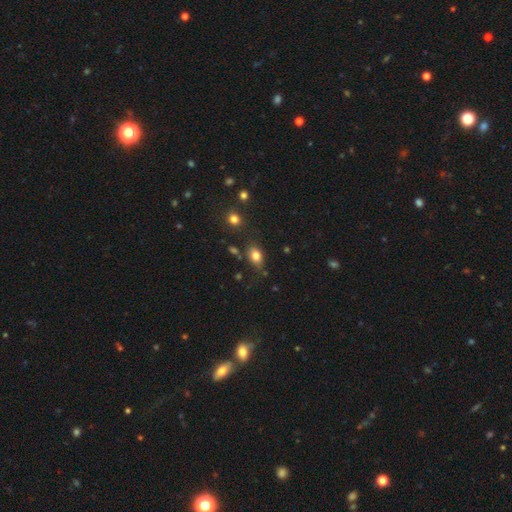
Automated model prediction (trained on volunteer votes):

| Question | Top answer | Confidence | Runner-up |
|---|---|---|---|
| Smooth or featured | smooth | 81% | star or artifact (11%) |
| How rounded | in between | 75% | round (23%) |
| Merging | none | 75% | minor disturbance (16%) |